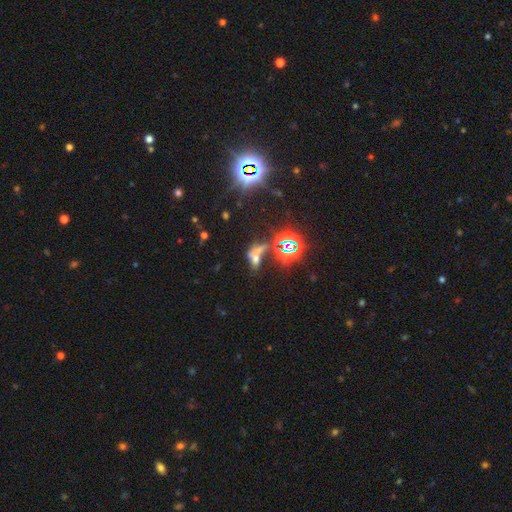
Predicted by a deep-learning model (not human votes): Q: Smooth or featured?
A: star or artifact (45%); runner-up: smooth (37%)